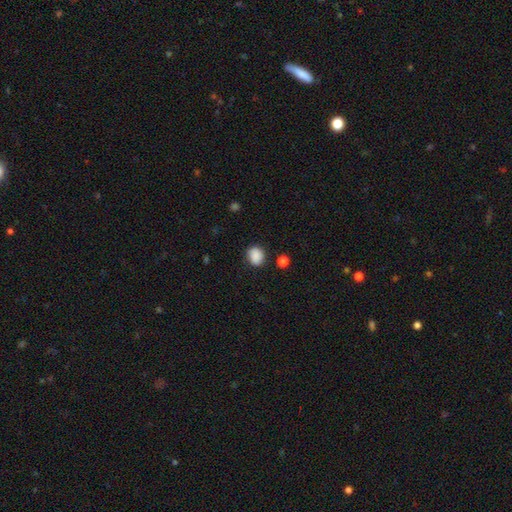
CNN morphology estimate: A smooth galaxy with no disk features (86%) that is round (61%).

Vote fractions:
- Smooth or featured? smooth: 86% / star or artifact: 9% / featured or disk: 5%
- How rounded? round: 61% / in between: 38% / cigar-shaped: 1%
- Merging? none: 78% / minor disturbance: 15% / major disturbance: 4% / merger: 3%